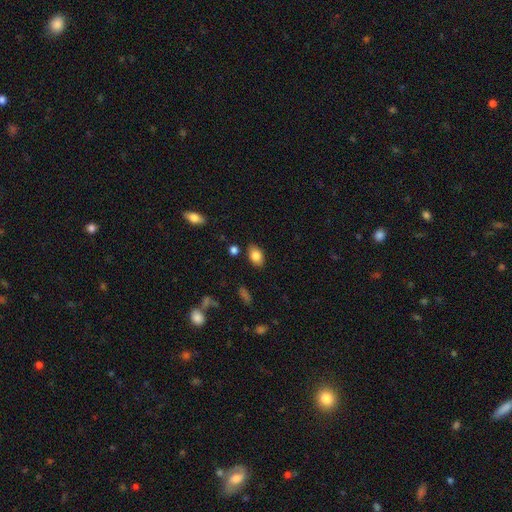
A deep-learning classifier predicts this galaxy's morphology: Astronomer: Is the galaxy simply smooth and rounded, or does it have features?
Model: smooth — 82%.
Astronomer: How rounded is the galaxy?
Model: in between — 86%.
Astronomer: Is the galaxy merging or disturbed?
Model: none — 84%.